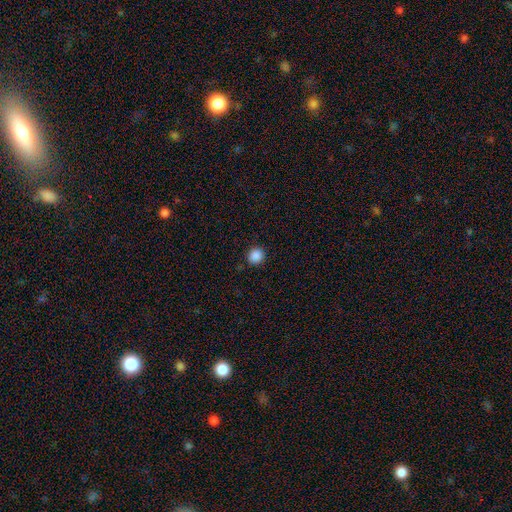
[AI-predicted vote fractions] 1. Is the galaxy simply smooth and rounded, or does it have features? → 88% smooth, 10% star or artifact, 2% featured or disk.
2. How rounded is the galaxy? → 89% round, 10% in between, 1% cigar-shaped.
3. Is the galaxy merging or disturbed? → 90% none, 7% minor disturbance, 2% major disturbance, 1% merger.